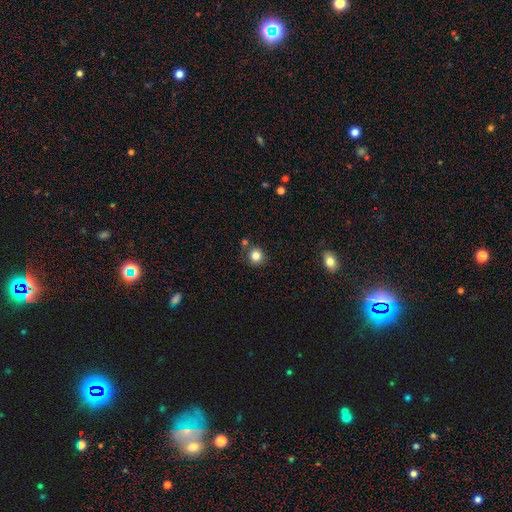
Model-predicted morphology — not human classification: A smooth galaxy with no disk features (82%) that is round (89%). Merging: none (77%).